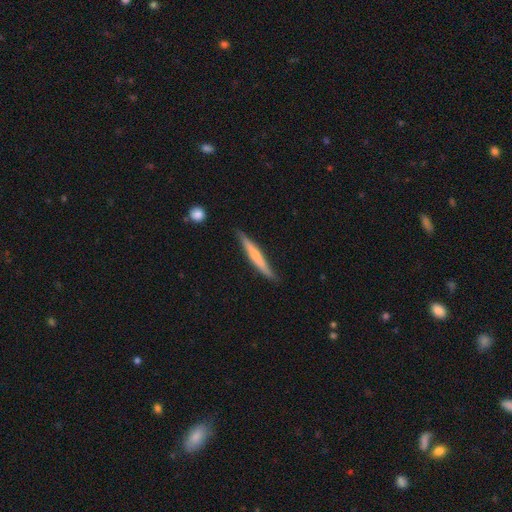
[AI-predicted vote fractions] Smooth or featured? Predicted: smooth (p=0.51). How rounded? Predicted: cigar-shaped (p=0.95). Merging? Predicted: none (p=0.83).